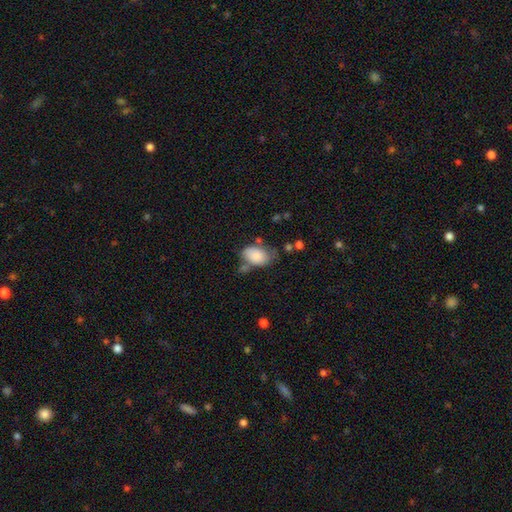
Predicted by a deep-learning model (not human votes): This appears to be a smooth galaxy with no disk features (83%) that is in between round and cigar-shaped (90%). Merging: none (48%).